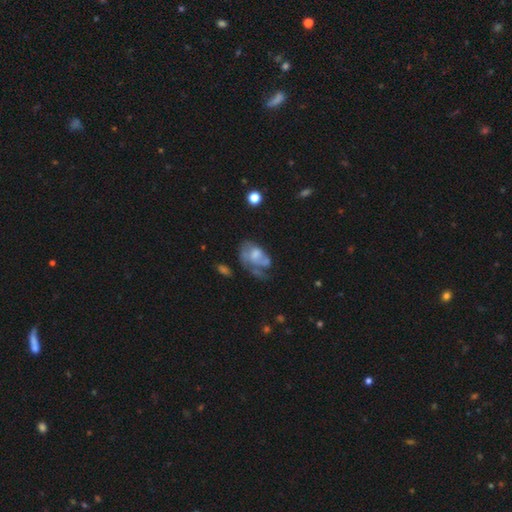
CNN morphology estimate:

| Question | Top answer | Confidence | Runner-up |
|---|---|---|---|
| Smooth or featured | featured or disk | 51% | smooth (40%) |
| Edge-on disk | no | 96% | yes (4%) |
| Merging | major disturbance | 41% | none (24%) |